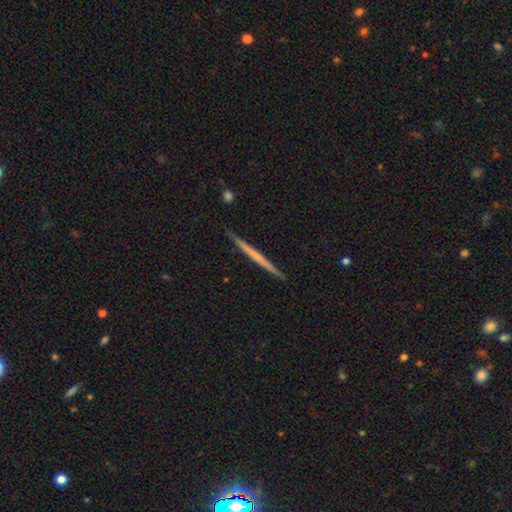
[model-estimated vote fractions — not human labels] smooth_or_featured: featured or disk (p=0.53) [alt: smooth p=0.42]
disk_edge_on: yes (p=0.98) [alt: no p=0.02]
edge_on_bulge: none (p=0.89) [alt: rounded p=0.07]
merging: none (p=0.91) [alt: minor disturbance p=0.07]